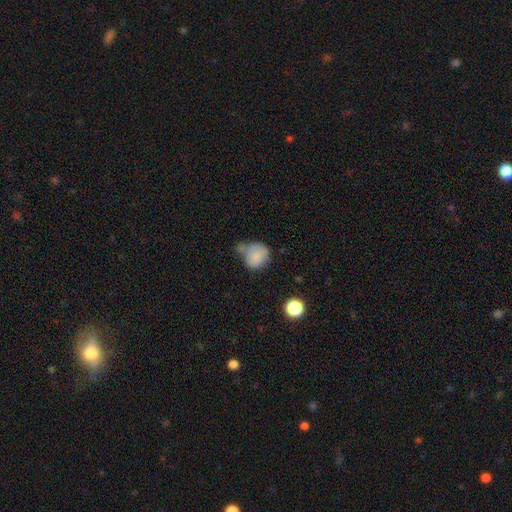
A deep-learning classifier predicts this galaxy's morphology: This appears to be a smooth galaxy with no disk features (82%) that is round (73%). Merging: none (36%).